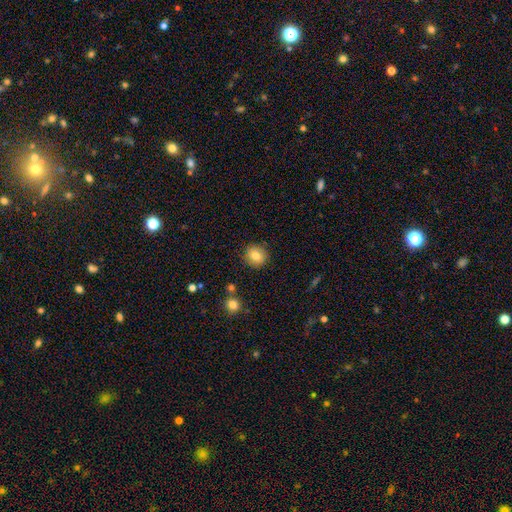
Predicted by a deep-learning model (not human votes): A smooth galaxy with no disk features (81%) that is round (89%).

Vote fractions:
- Smooth or featured? smooth: 81% / star or artifact: 9% / featured or disk: 9%
- How rounded? round: 89% / in between: 10% / cigar-shaped: 1%
- Merging? none: 89% / minor disturbance: 7% / major disturbance: 2% / merger: 2%